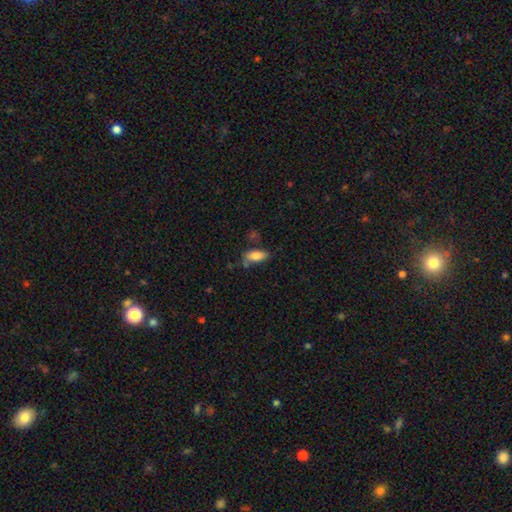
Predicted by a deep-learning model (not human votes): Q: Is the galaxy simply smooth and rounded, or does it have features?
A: smooth — 81%.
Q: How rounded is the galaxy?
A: in between — 83%.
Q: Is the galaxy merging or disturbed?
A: none — 60%.